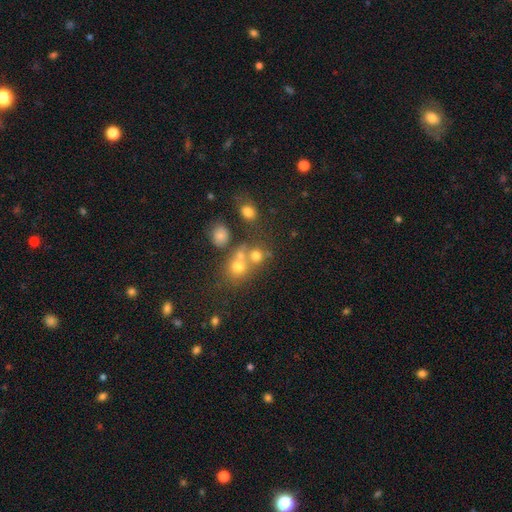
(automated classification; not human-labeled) A smooth galaxy with no disk features (69%) that is round (79%).

Vote fractions:
- Smooth or featured? smooth: 69% / star or artifact: 18% / featured or disk: 13%
- How rounded? round: 79% / in between: 20% / cigar-shaped: 1%
- Merging? none: 45% / merger: 41% / minor disturbance: 9% / major disturbance: 5%